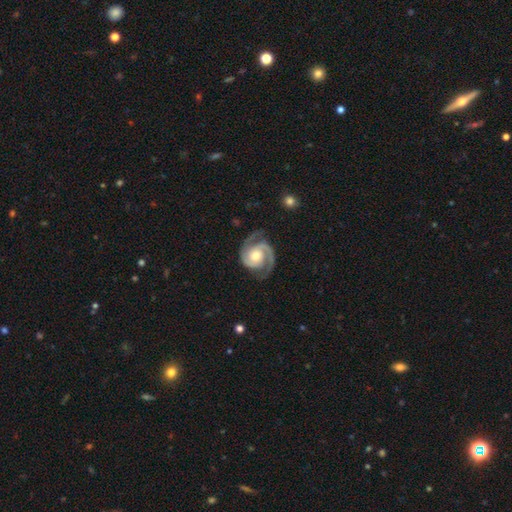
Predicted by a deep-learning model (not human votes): Smooth or featured: featured or disk — 92% (smooth — 4%)
Edge-on disk: no — 98% (yes — 2%)
Bar: no — 69% (weak — 24%)
Spiral arms: yes — 98% (no — 2%)
Spiral winding: tight — 48% (medium — 45%)
Spiral arm count: 2 — 93% (3 — 2%)
Bulge size: moderate — 64% (small — 25%)
Merging: none — 77% (minor disturbance — 16%)